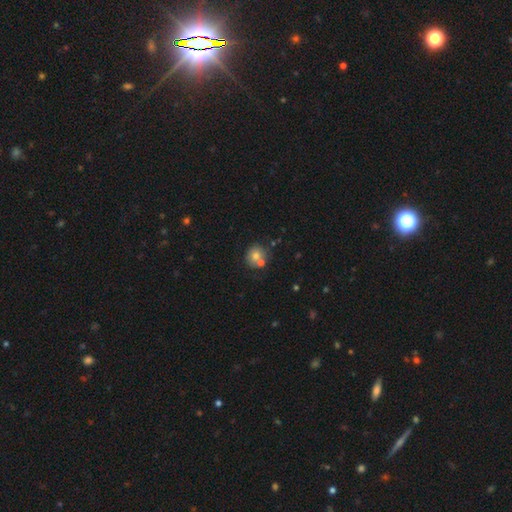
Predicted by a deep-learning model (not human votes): A smooth galaxy with no disk features (74%) that is round (82%).

Vote fractions:
- Smooth or featured? smooth: 74% / featured or disk: 15% / star or artifact: 11%
- How rounded? round: 82% / in between: 17% / cigar-shaped: 1%
- Merging? none: 59% / merger: 27% / minor disturbance: 11% / major disturbance: 3%